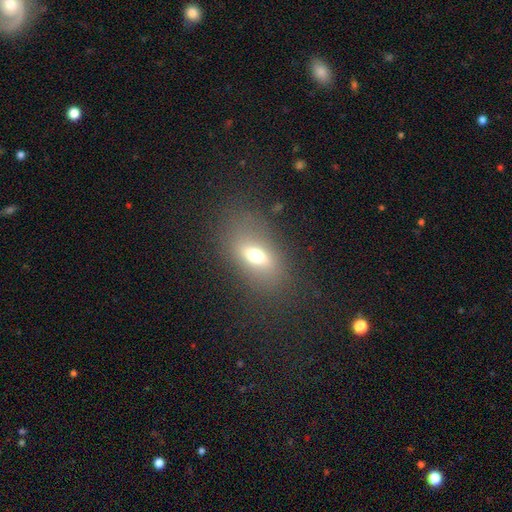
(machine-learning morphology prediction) smooth 58%, featured or disk 27%, star or artifact 15%. Down the decision tree: how rounded — in between (79%); merging — none (74%).